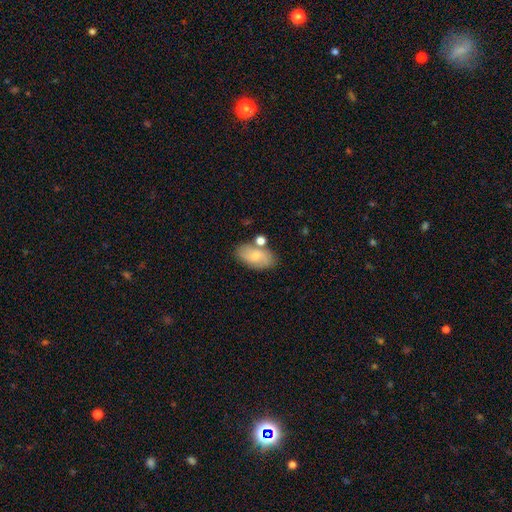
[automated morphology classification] Smooth or featured?
  - smooth: 71% *
  - featured or disk: 21%
  - star or artifact: 7%
How rounded?
  - in between: 93% *
  - round: 5%
  - cigar-shaped: 2%
Merging?
  - none: 67% *
  - minor disturbance: 16%
  - merger: 13%
  - major disturbance: 4%